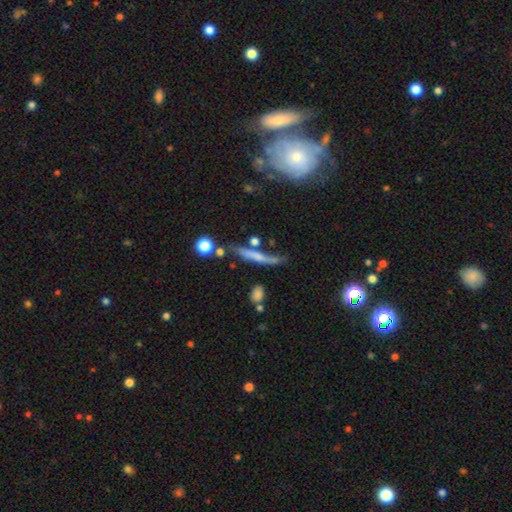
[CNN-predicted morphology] This appears to be a smooth galaxy with no disk features (48%). Merging: none (57%).